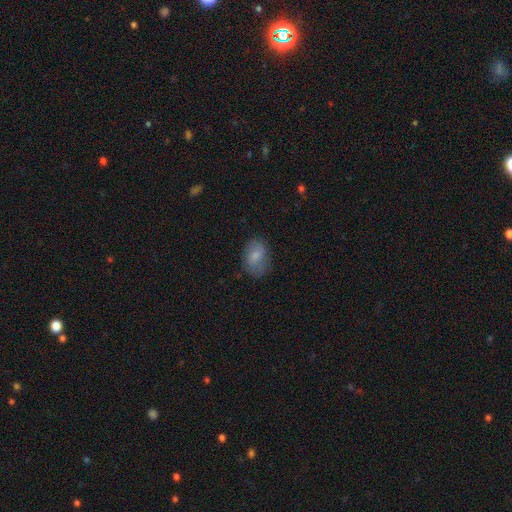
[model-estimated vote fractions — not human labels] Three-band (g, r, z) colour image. It shows a smooth galaxy with no disk features (77%) that is in between round and cigar-shaped (81%). Merging: none (72%).